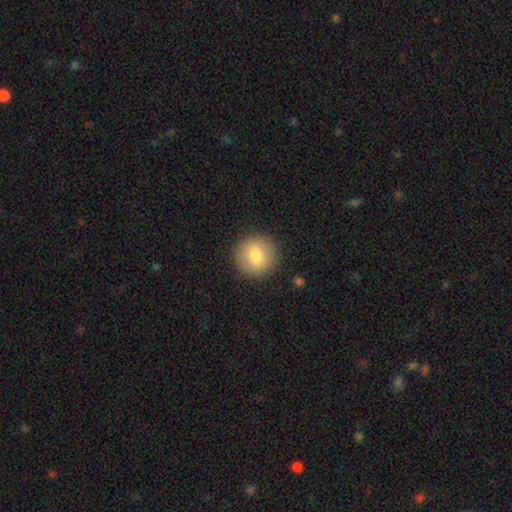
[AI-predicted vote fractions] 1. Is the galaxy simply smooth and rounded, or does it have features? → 82% smooth, 10% featured or disk, 8% star or artifact.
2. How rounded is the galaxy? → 95% round, 4% in between, 1% cigar-shaped.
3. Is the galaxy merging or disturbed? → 91% none, 6% minor disturbance, 2% major disturbance, 1% merger.